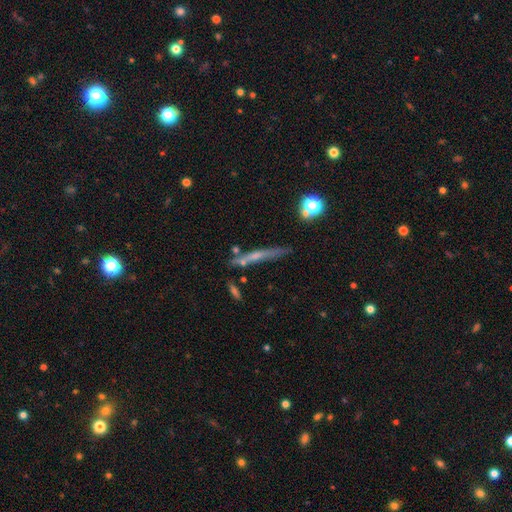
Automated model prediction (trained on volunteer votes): smooth_or_featured: featured or disk (p=0.52) [alt: smooth p=0.32]
disk_edge_on: yes (p=0.88) [alt: no p=0.12]
merging: none (p=0.73) [alt: minor disturbance p=0.13]